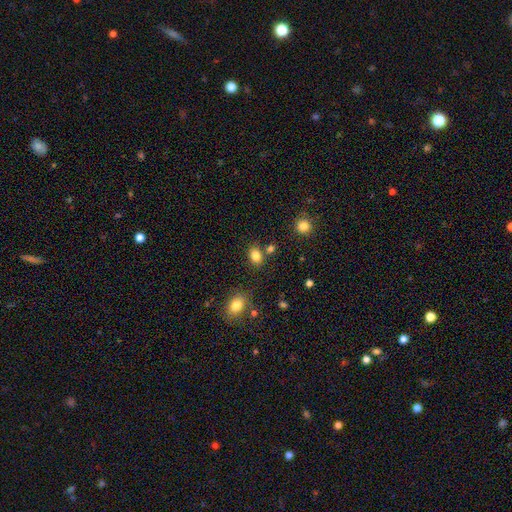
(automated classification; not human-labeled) Morphology: type=smooth (83%); roundness=in between (70%); merging=none (76%).